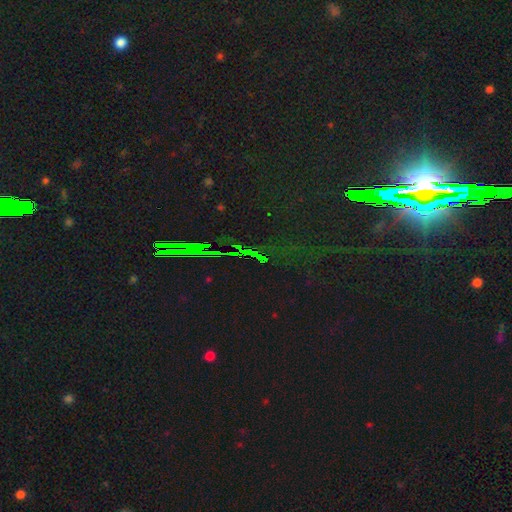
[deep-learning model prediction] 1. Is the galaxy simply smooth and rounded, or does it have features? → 82% star or artifact, 10% smooth, 7% featured or disk.